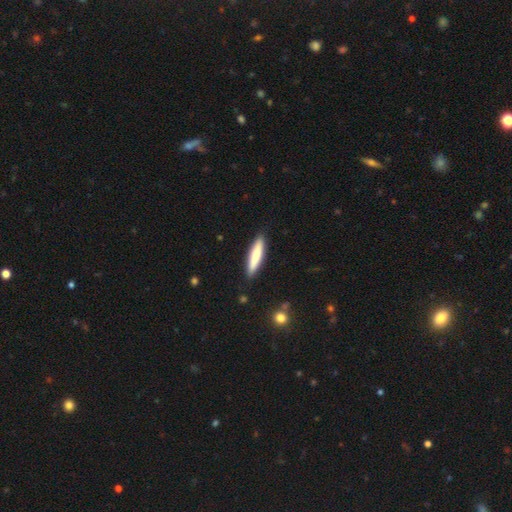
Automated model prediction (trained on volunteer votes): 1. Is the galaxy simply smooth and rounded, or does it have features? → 73% smooth, 22% featured or disk, 5% star or artifact.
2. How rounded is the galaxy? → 85% cigar-shaped, 14% in between, 1% round.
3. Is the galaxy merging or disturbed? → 89% none, 8% minor disturbance, 2% major disturbance, 1% merger.